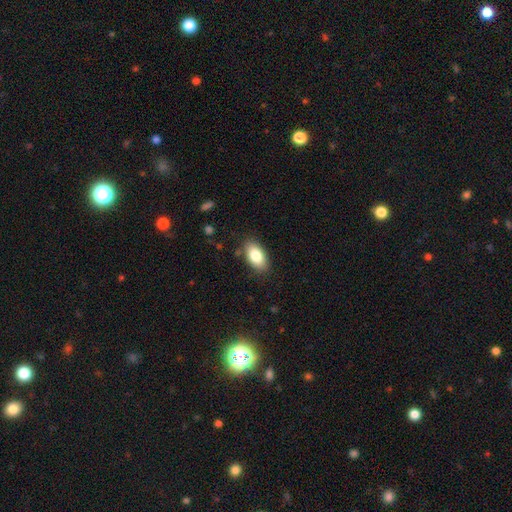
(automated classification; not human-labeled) smooth_or_featured: smooth (p=0.83) [alt: featured or disk p=0.10]
how_rounded: in between (p=0.93) [alt: round p=0.04]
merging: none (p=0.85) [alt: minor disturbance p=0.11]